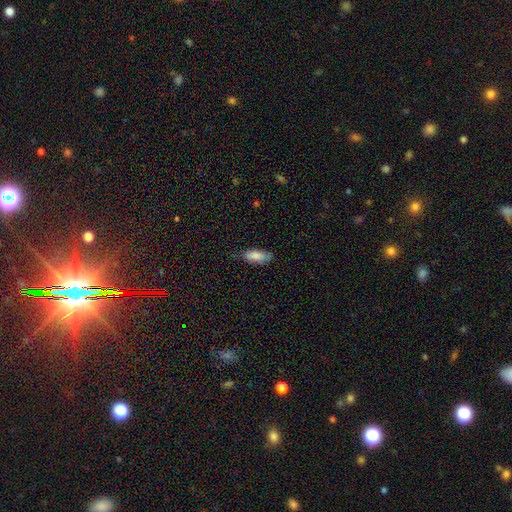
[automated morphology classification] This appears to be a smooth galaxy with no disk features (83%) that is in between round and cigar-shaped (82%). Merging: none (71%).